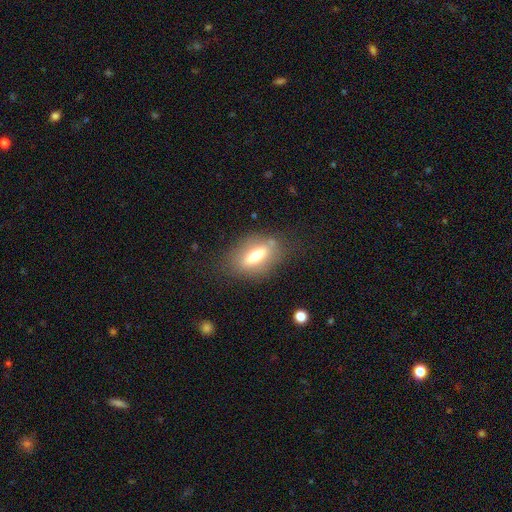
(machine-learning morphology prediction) smooth-or-featured: smooth: 58% | featured or disk: 33% | star or artifact: 9%
  how-rounded: in between: 73% | cigar-shaped: 22% | round: 6%
  merging: none: 76% | minor disturbance: 14% | major disturbance: 7% | merger: 3%